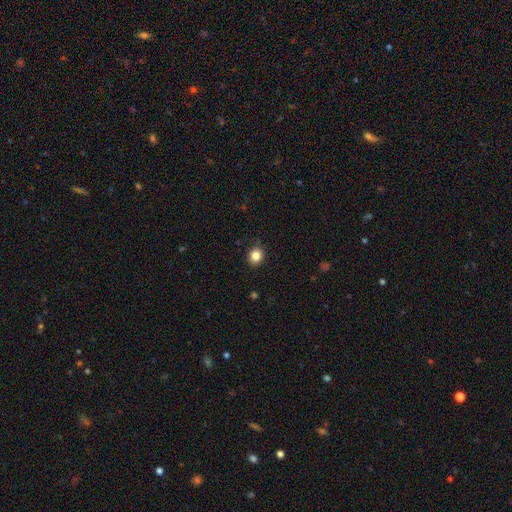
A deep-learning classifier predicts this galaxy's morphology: smooth_or_featured: smooth (p=0.85) [alt: star or artifact p=0.11]
how_rounded: round (p=0.72) [alt: in between p=0.27]
merging: none (p=0.88) [alt: minor disturbance p=0.08]